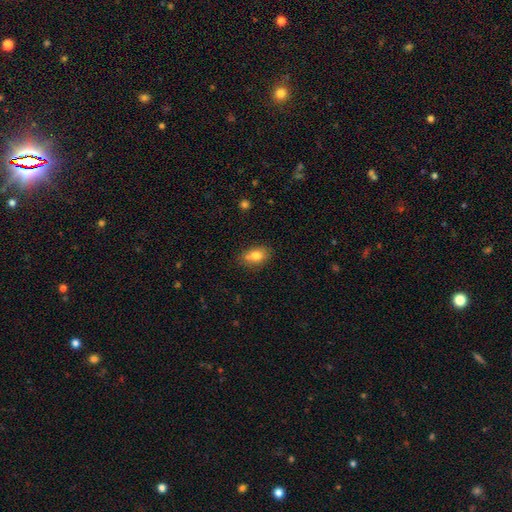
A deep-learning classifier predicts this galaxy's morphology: smooth-or-featured: smooth: 79% | featured or disk: 12% | star or artifact: 9%
  how-rounded: in between: 82% | round: 17% | cigar-shaped: 2%
  merging: none: 69% | minor disturbance: 18% | merger: 10% | major disturbance: 4%